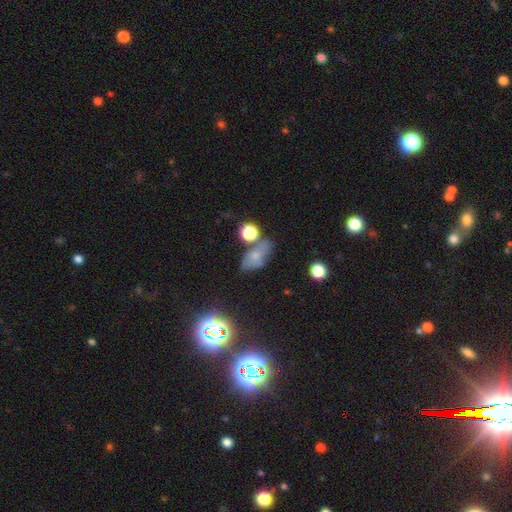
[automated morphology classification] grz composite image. It shows a smooth galaxy with no disk features (55%) that is in between round and cigar-shaped (78%). Merging: none (47%).